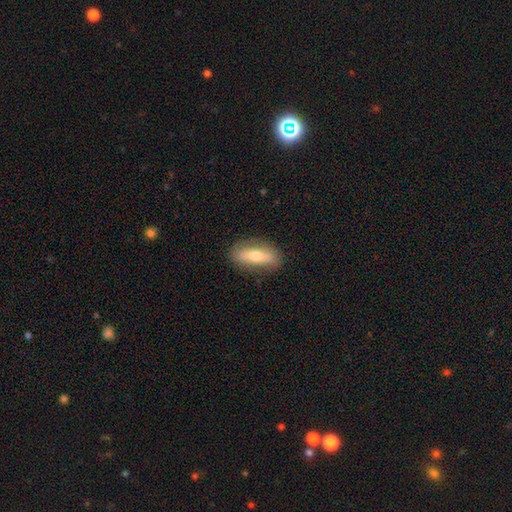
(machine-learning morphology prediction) This appears to be a smooth galaxy with no disk features (55%) that is in between round and cigar-shaped (68%). Merging: none (83%).